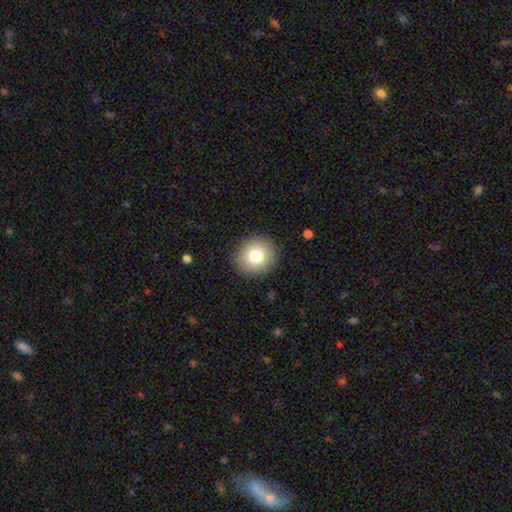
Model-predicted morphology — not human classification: Smooth or featured?
  - smooth: 79% *
  - featured or disk: 11%
  - star or artifact: 10%
How rounded?
  - round: 89% *
  - in between: 10%
  - cigar-shaped: 1%
Merging?
  - none: 91% *
  - minor disturbance: 6%
  - major disturbance: 2%
  - merger: 1%